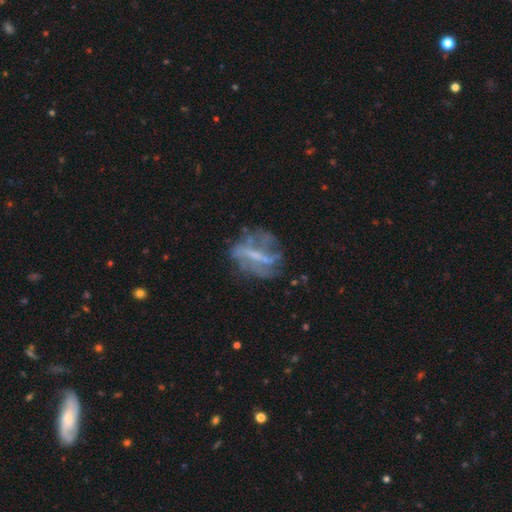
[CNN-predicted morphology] Overall: featured or disk (70%). Edge-on disk: no (90%). Bar: strong (42%; weak 34%). Spiral arms: yes (51%; no 49%). Bulge size: small (40%; none 34%). Merging: none (54%; major disturbance 21%).